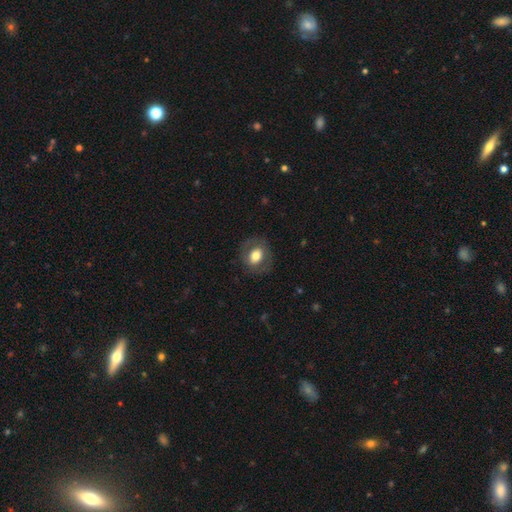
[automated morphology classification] Smooth or featured? smooth (65%)
How rounded? round (54%)
Merging? none (80%)